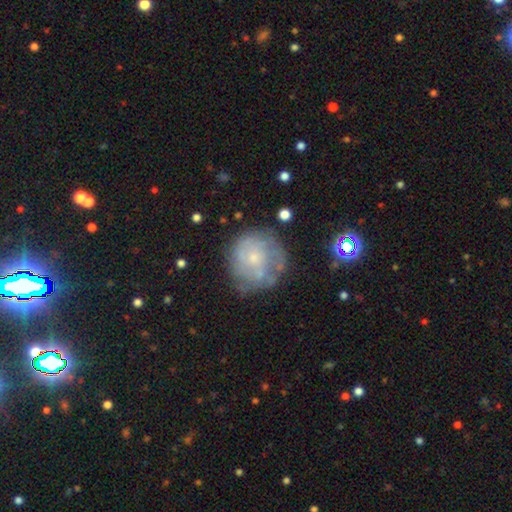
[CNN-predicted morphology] type=featured or disk (58%); edge-on=no (98%); bar=no (81%); spiral arms=yes (61%); bulge=small (68%); merging=none (67%).